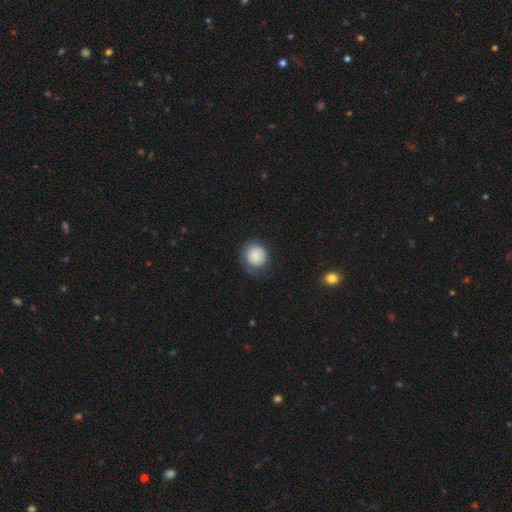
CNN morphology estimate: smooth-or-featured: smooth: 78% | featured or disk: 14% | star or artifact: 7%
  how-rounded: round: 90% | in between: 9% | cigar-shaped: 1%
  merging: none: 65% | minor disturbance: 21% | major disturbance: 12% | merger: 1%